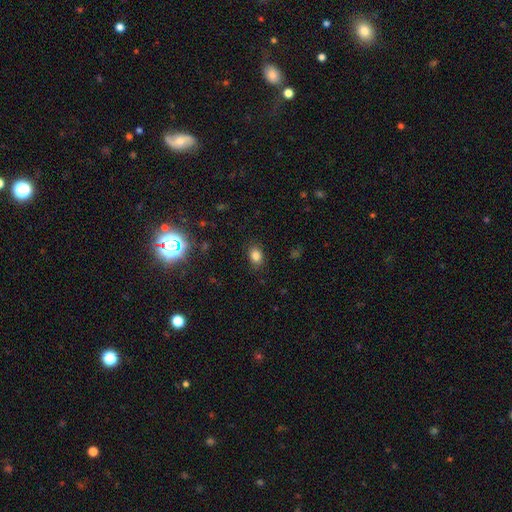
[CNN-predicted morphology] A smooth galaxy with no disk features (82%) that is in between round and cigar-shaped (70%).

Vote fractions:
- Smooth or featured? smooth: 82% / star or artifact: 13% / featured or disk: 6%
- How rounded? in between: 70% / round: 28% / cigar-shaped: 1%
- Merging? none: 85% / minor disturbance: 11% / major disturbance: 3% / merger: 1%